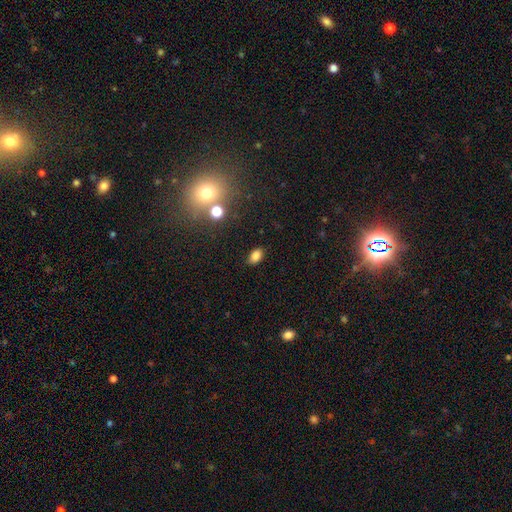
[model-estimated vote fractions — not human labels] Smooth or featured? Predicted: smooth (p=0.82). How rounded? Predicted: in between (p=0.87). Merging? Predicted: none (p=0.85).